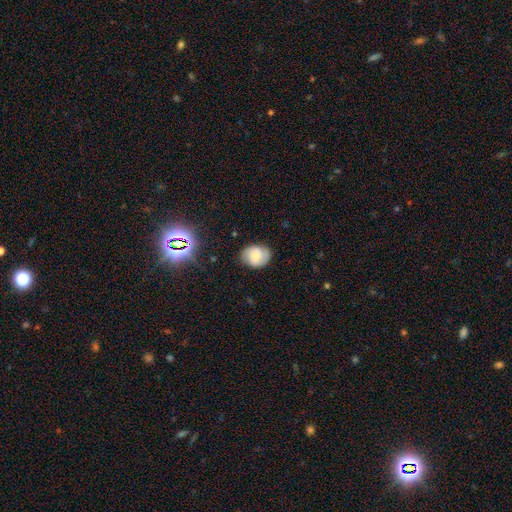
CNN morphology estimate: This is possibly a smooth galaxy (60%). How rounded: possibly in between (51%). Merging: likely none (75%).